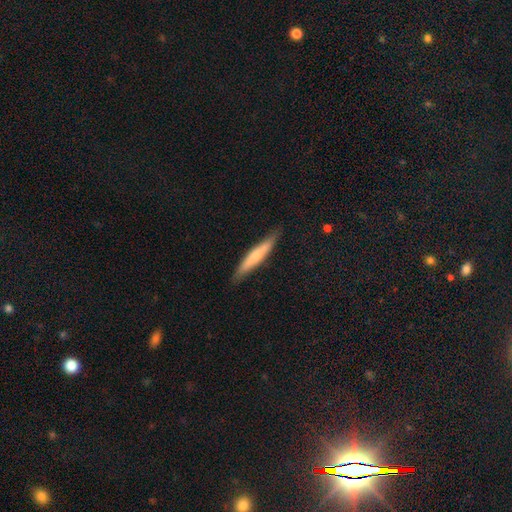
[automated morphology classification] Smooth or featured? Predicted: smooth (p=0.64). How rounded? Predicted: cigar-shaped (p=0.93). Merging? Predicted: none (p=0.86).